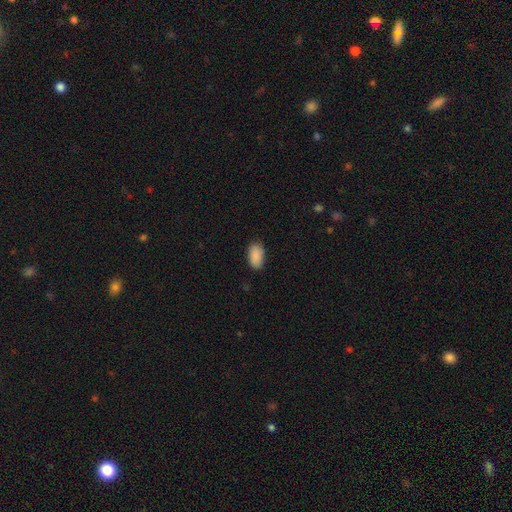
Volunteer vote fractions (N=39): smooth 95%, featured or disk 5%, star or artifact 0%. Down the decision tree: how rounded — in between (92%); merging — none (82%).